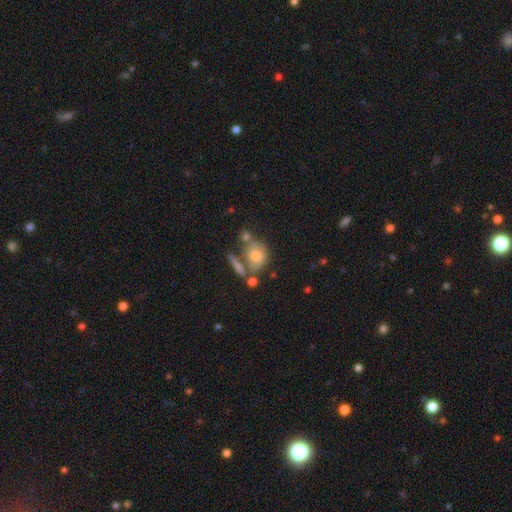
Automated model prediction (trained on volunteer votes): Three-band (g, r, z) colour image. It shows a smooth galaxy with no disk features (67%) that is in between round and cigar-shaped (66%). Merging: none (41%).